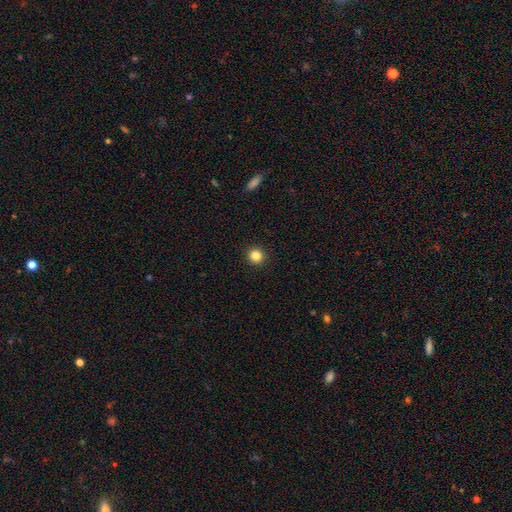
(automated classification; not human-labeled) Q: Smooth or featured?
A: smooth (84%); runner-up: star or artifact (12%)
Q: How rounded?
A: round (94%); runner-up: in between (5%)
Q: Merging?
A: none (93%); runner-up: minor disturbance (4%)